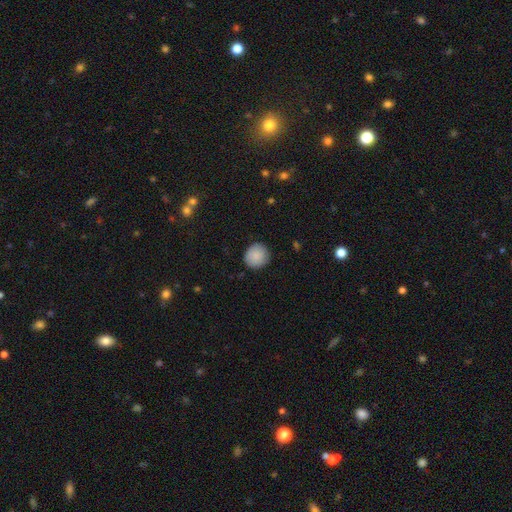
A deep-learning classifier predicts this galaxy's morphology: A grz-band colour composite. It shows a smooth galaxy with no disk features (88%) that is round (93%). Merging: none (89%).